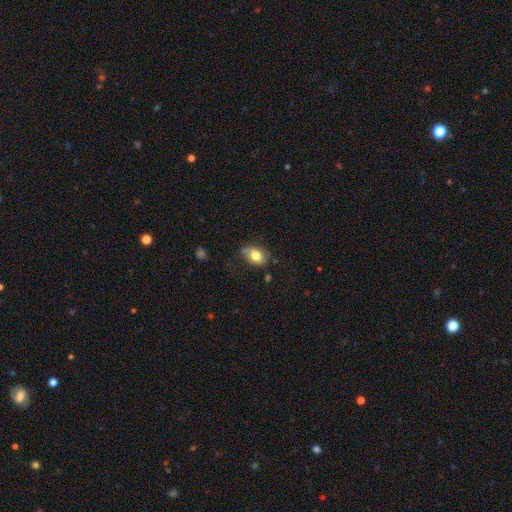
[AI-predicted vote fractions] A smooth galaxy with no disk features (78%) that is in between round and cigar-shaped (78%). Merging: none (54%).